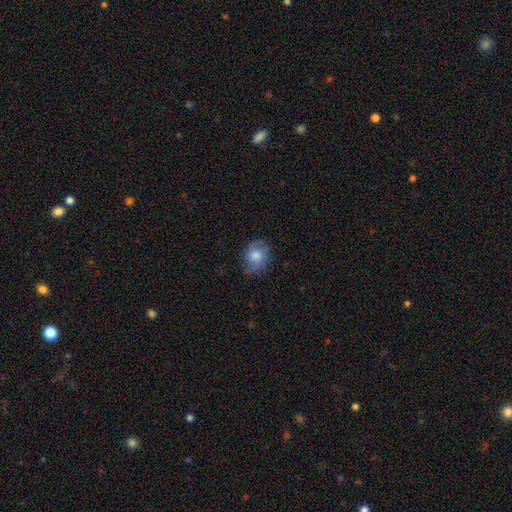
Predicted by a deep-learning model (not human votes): smooth-or-featured: smooth: 64% | featured or disk: 27% | star or artifact: 9%
  how-rounded: in between: 54% | round: 44% | cigar-shaped: 1%
  merging: none: 59% | minor disturbance: 29% | major disturbance: 10% | merger: 1%